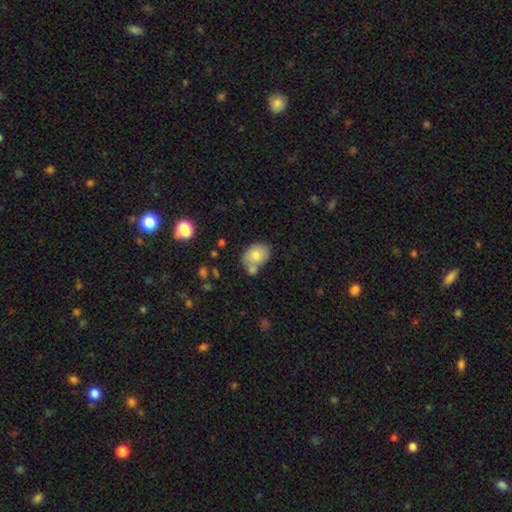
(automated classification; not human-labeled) A smooth galaxy with no disk features (78%) that is in between round and cigar-shaped (66%).

Vote fractions:
- Smooth or featured? smooth: 78% / featured or disk: 14% / star or artifact: 8%
- How rounded? in between: 66% / round: 33% / cigar-shaped: 1%
- Merging? none: 49% / merger: 29% / minor disturbance: 17% / major disturbance: 5%